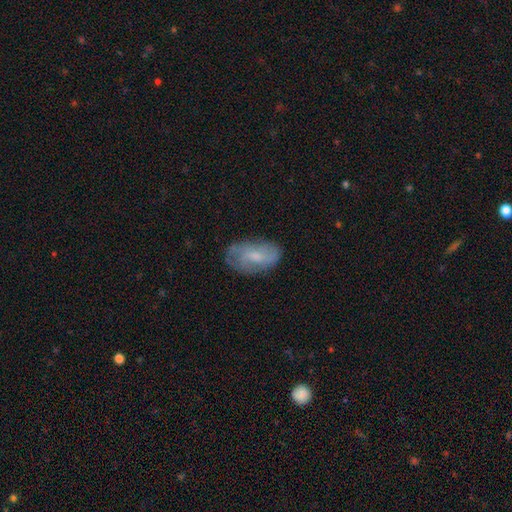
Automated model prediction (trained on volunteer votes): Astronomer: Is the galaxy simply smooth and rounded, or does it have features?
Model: smooth — 47% (runner-up: featured or disk, 45%).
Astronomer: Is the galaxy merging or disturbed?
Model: none — 66%.